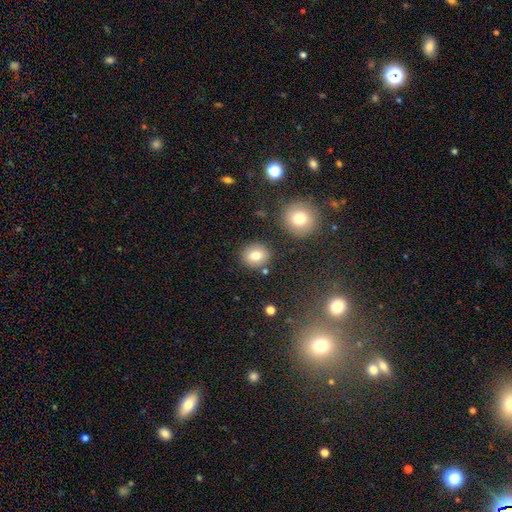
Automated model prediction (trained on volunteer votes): Q: Smooth or featured?
A: smooth (79%); runner-up: featured or disk (11%)
Q: How rounded?
A: round (80%); runner-up: in between (19%)
Q: Merging?
A: none (82%); runner-up: minor disturbance (9%)